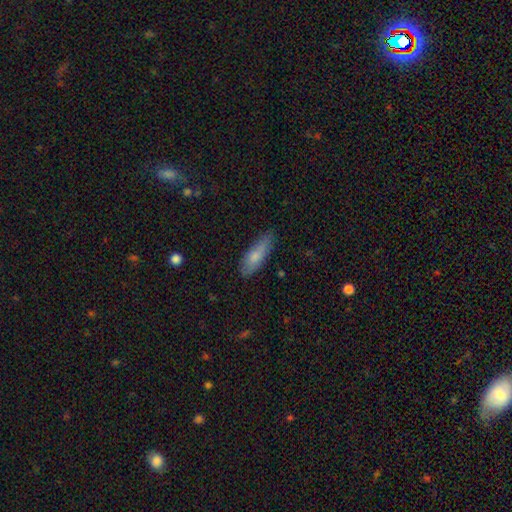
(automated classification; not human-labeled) A smooth galaxy with no disk features (76%) that is in between round and cigar-shaped (51%).

Vote fractions:
- Smooth or featured? smooth: 76% / featured or disk: 18% / star or artifact: 6%
- How rounded? in between: 51% / cigar-shaped: 47% / round: 2%
- Merging? none: 73% / minor disturbance: 22% / major disturbance: 4% / merger: 2%